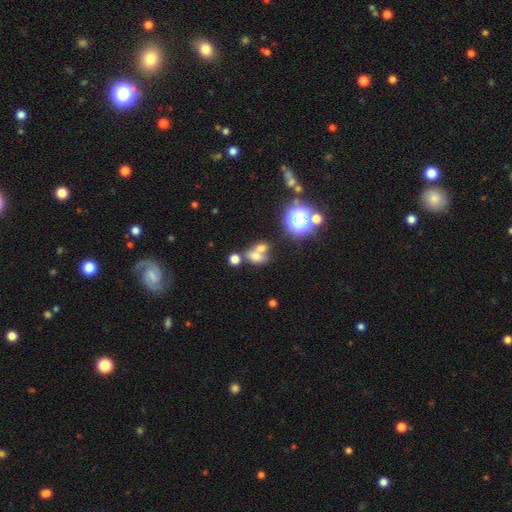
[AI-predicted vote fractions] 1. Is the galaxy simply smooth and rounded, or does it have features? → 62% smooth, 21% star or artifact, 17% featured or disk.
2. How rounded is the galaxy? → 62% in between, 35% round, 2% cigar-shaped.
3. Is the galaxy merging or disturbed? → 54% merger, 31% none, 9% minor disturbance, 6% major disturbance.